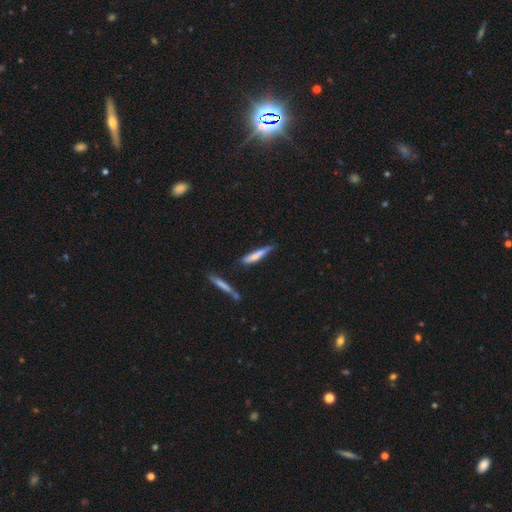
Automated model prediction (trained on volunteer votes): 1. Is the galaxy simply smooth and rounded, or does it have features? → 66% smooth, 27% featured or disk, 7% star or artifact.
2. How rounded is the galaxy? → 90% cigar-shaped, 9% in between, 1% round.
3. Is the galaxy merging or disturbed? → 54% none, 30% minor disturbance, 8% major disturbance, 8% merger.